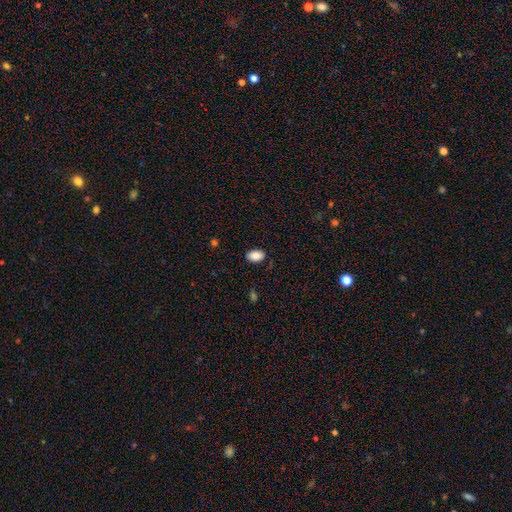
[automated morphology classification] type=smooth (88%); roundness=in between (89%); merging=none (85%).